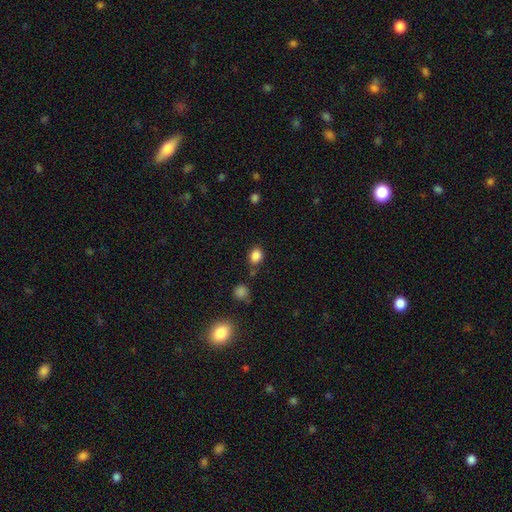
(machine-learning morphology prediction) A smooth galaxy with no disk features (85%) that is in between round and cigar-shaped (56%). Merging: none (72%).